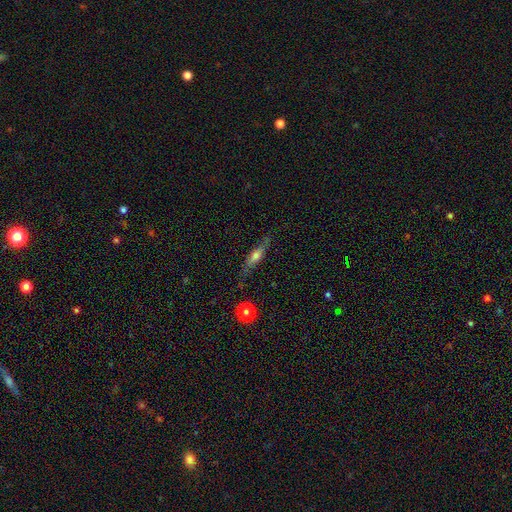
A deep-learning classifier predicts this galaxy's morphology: smooth_or_featured: featured or disk (p=0.48) [alt: smooth p=0.45]
merging: none (p=0.77) [alt: minor disturbance p=0.16]